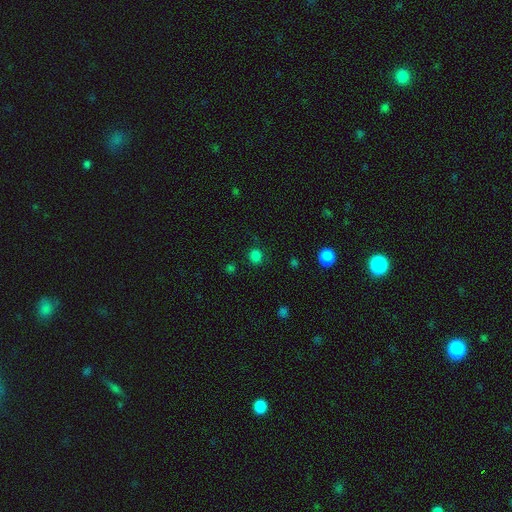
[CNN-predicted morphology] Q: Smooth or featured?
A: smooth (80%); runner-up: star or artifact (16%)
Q: How rounded?
A: round (86%); runner-up: in between (13%)
Q: Merging?
A: none (86%); runner-up: minor disturbance (9%)